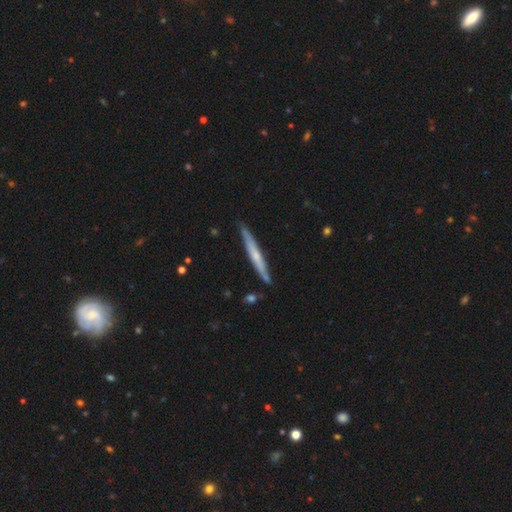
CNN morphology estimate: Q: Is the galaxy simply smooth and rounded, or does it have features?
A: featured or disk — 52%.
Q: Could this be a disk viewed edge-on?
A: yes — 95%.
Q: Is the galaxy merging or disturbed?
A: none — 85%.